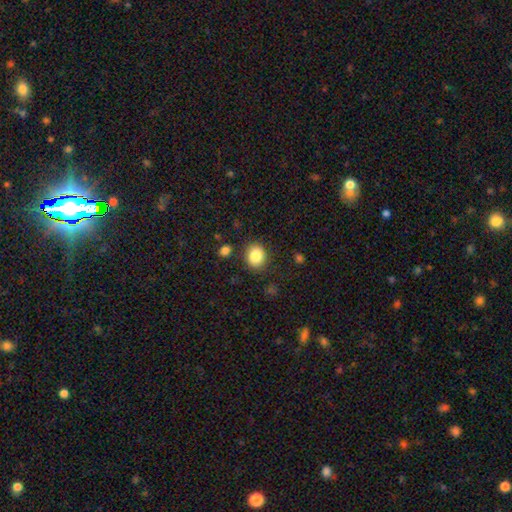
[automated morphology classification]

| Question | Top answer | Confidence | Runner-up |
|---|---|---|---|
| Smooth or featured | smooth | 86% | star or artifact (9%) |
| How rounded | round | 63% | in between (36%) |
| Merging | none | 85% | minor disturbance (9%) |